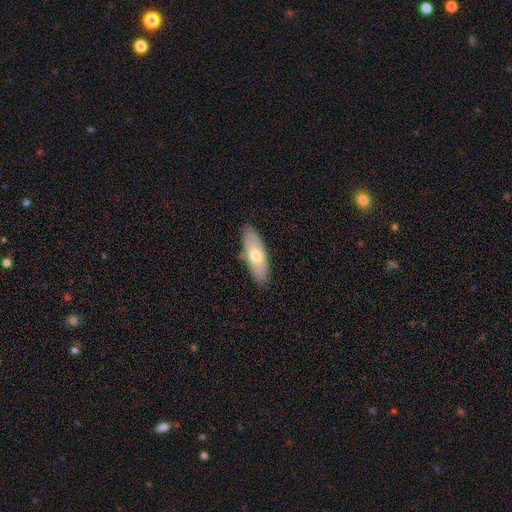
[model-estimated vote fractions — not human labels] smooth 61%, featured or disk 32%, star or artifact 6%. Down the decision tree: how rounded — in between (73%); merging — none (83%).